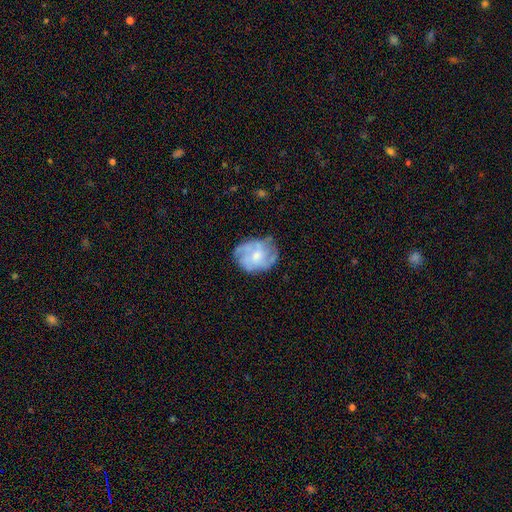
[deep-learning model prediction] A featured or disk galaxy (65%) with no bar (70%), spiral arms (78%) and a moderate central bulge (45%, tied with small). Merging: none (68%).